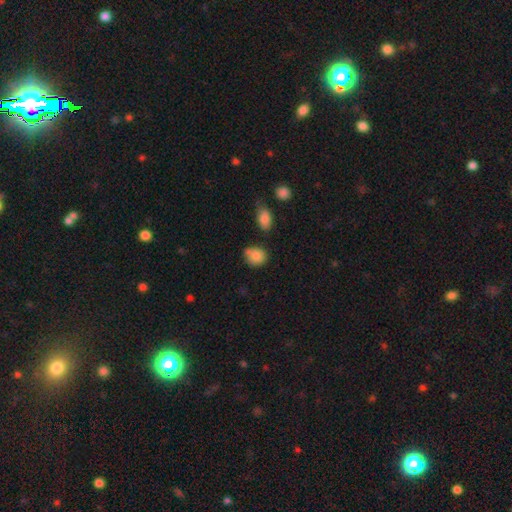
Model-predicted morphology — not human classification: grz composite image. It shows a smooth galaxy with no disk features (84%) that is round (69%). Merging: none (62%).